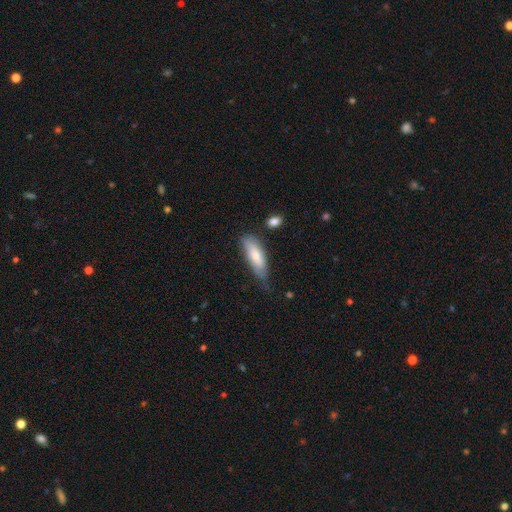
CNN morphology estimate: Smooth or featured? Predicted: smooth (p=0.72). How rounded? Predicted: in between (p=0.60). Merging? Predicted: none (p=0.60).